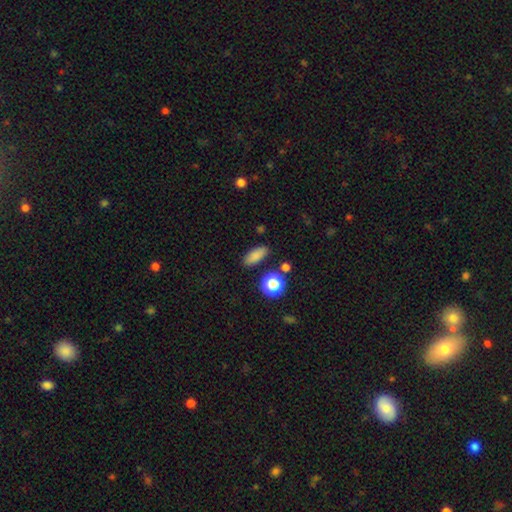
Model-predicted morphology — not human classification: type=smooth (83%); roundness=in between (72%); merging=none (85%).